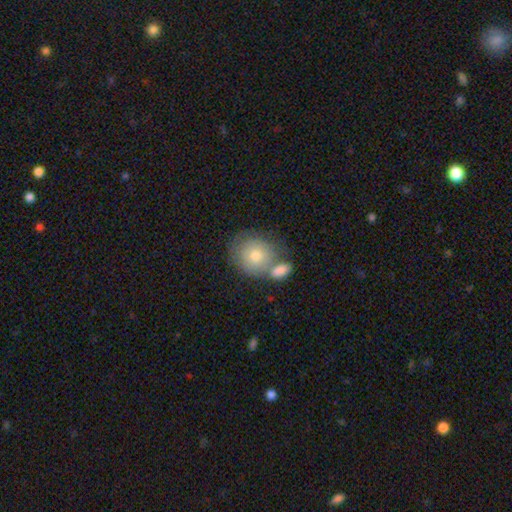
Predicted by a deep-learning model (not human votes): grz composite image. It shows a smooth galaxy with no disk features (74%) that is round (79%). Merging: none (46%).